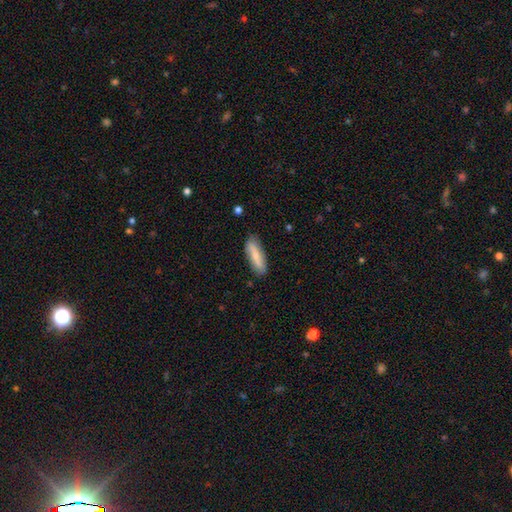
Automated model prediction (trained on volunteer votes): Smooth or featured?
  - smooth: 67% *
  - featured or disk: 27%
  - star or artifact: 6%
How rounded?
  - cigar-shaped: 55% *
  - in between: 43%
  - round: 2%
Merging?
  - none: 83% *
  - minor disturbance: 13%
  - major disturbance: 3%
  - merger: 1%